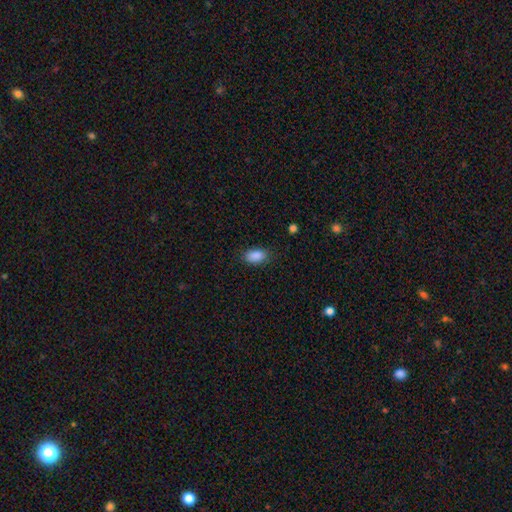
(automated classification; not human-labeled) Q: Smooth or featured?
A: smooth (89%); runner-up: star or artifact (8%)
Q: How rounded?
A: in between (91%); runner-up: round (6%)
Q: Merging?
A: none (83%); runner-up: minor disturbance (13%)